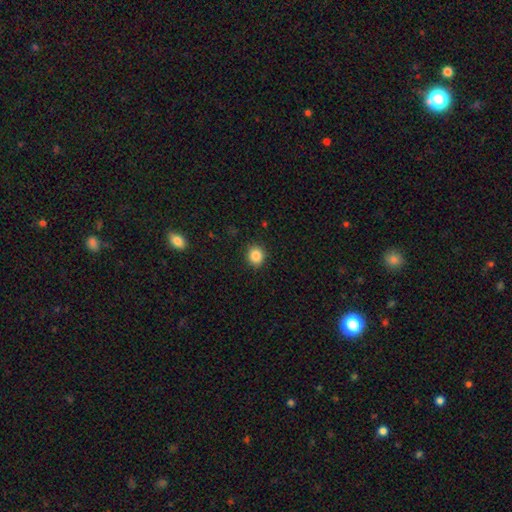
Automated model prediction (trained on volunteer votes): This is clearly a smooth galaxy (87%). How rounded: clearly round (81%). Merging: clearly none (91%).